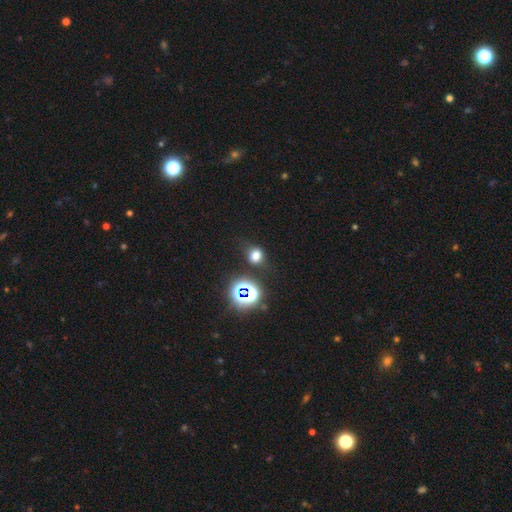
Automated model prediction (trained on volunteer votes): Overall: smooth (68%). How rounded: round (66%; in between 32%). Merging: none (73%).